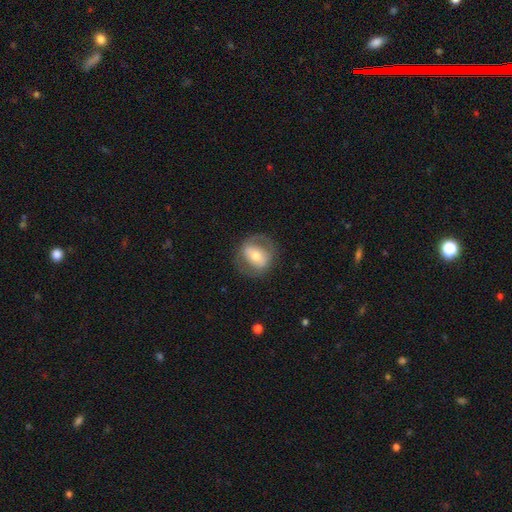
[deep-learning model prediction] Smooth or featured: featured or disk — 49% (smooth — 44%)
Merging: none — 75% (minor disturbance — 14%)